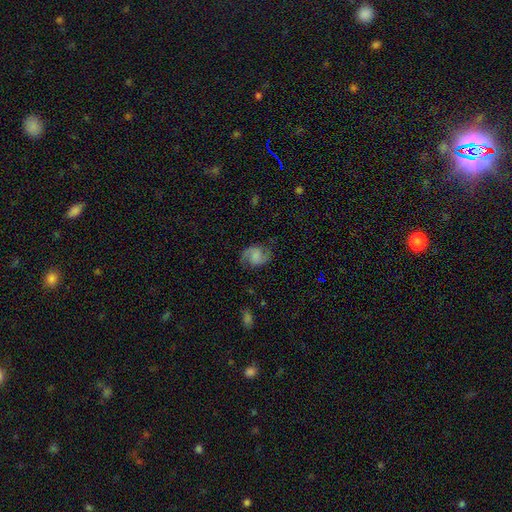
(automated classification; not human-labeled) Q: Smooth or featured?
A: featured or disk (79%); runner-up: smooth (14%)
Q: Edge-on disk?
A: no (98%); runner-up: yes (2%)
Q: Bar?
A: no (47%); runner-up: weak (43%)
Q: Spiral arms?
A: yes (96%); runner-up: no (4%)
Q: Spiral winding?
A: medium (52%); runner-up: loose (33%)
Q: Spiral arm count?
A: 2 (92%); runner-up: can't tell (3%)
Q: Bulge size?
A: none (46%); runner-up: small (24%)
Q: Merging?
A: none (78%); runner-up: minor disturbance (15%)